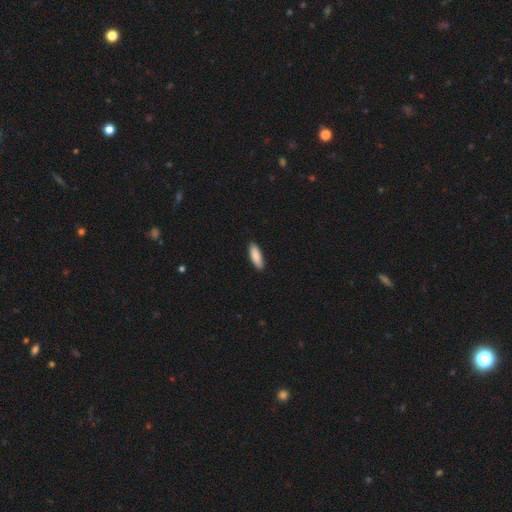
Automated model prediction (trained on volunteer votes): smooth-or-featured: smooth: 88% | featured or disk: 7% | star or artifact: 5%
  how-rounded: in between: 56% | cigar-shaped: 43% | round: 2%
  merging: none: 90% | minor disturbance: 8% | major disturbance: 1% | merger: 1%